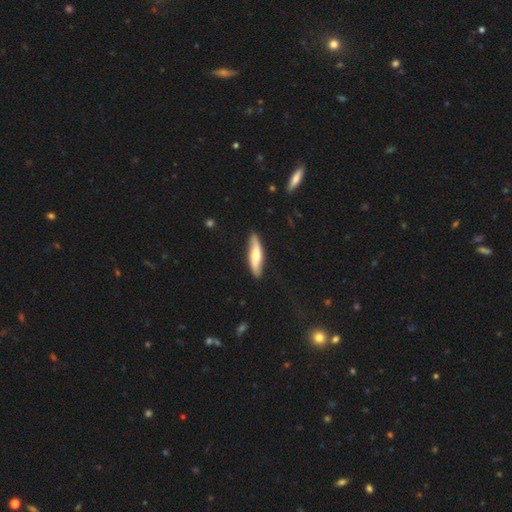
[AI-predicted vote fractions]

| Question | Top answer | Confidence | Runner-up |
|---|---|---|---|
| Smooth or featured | featured or disk | 48% | smooth (47%) |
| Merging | none | 85% | minor disturbance (12%) |